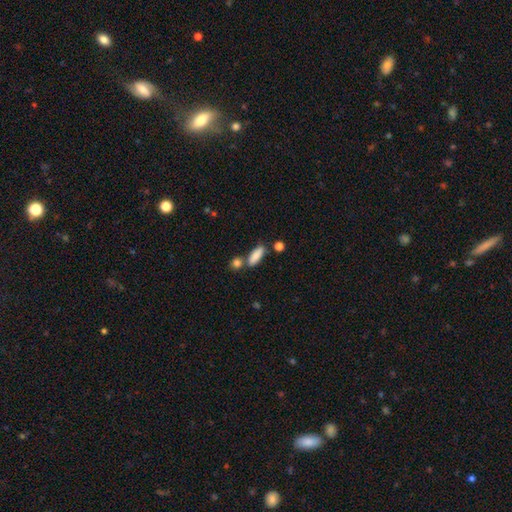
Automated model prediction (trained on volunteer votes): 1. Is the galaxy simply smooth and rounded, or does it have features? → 85% smooth, 8% featured or disk, 7% star or artifact.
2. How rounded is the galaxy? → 63% in between, 34% cigar-shaped, 3% round.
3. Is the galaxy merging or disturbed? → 66% none, 16% merger, 14% minor disturbance, 4% major disturbance.